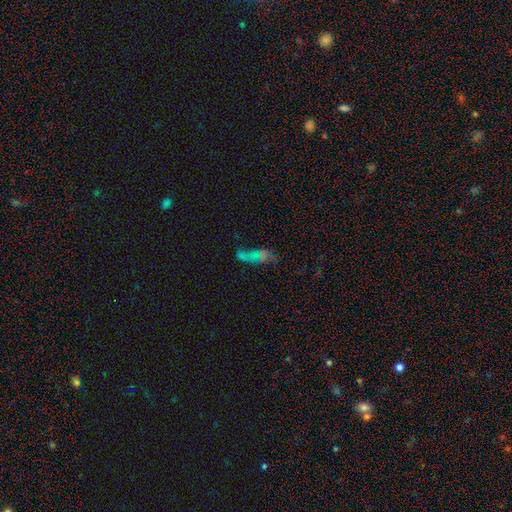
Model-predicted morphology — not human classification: Overall: smooth (48%; featured or disk 30%). Merging: none (35%; major disturbance 26%).